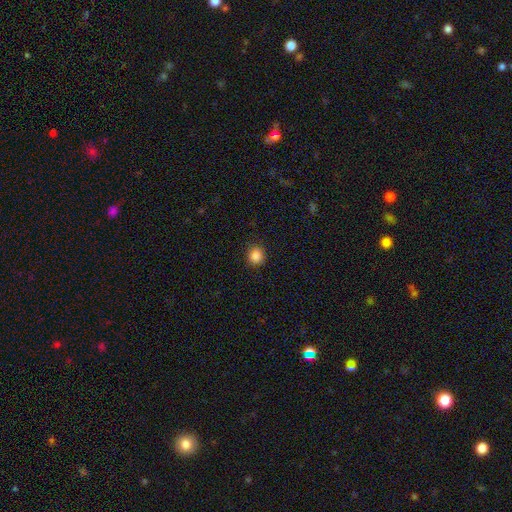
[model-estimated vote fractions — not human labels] A smooth galaxy with no disk features (86%) that is round (88%).

Vote fractions:
- Smooth or featured? smooth: 86% / star or artifact: 10% / featured or disk: 3%
- How rounded? round: 88% / in between: 11% / cigar-shaped: 1%
- Merging? none: 88% / minor disturbance: 9% / major disturbance: 2% / merger: 1%